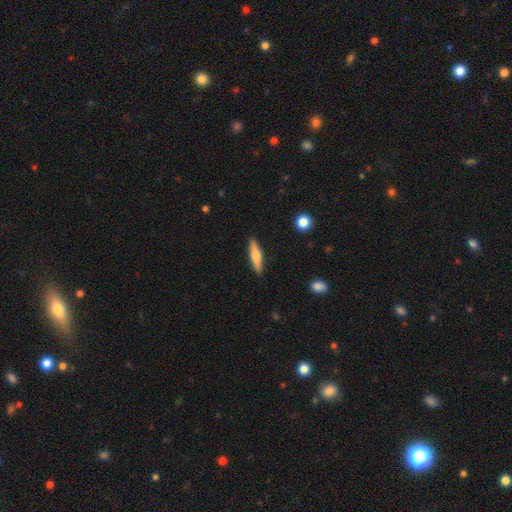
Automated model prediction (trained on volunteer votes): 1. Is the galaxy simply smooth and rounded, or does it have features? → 57% smooth, 37% featured or disk, 6% star or artifact.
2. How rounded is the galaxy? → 78% cigar-shaped, 20% in between, 2% round.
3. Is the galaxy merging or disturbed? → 90% none, 7% minor disturbance, 2% major disturbance, 1% merger.